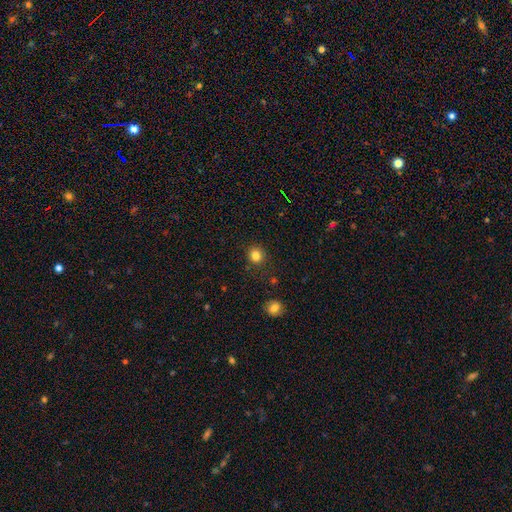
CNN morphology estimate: Smooth or featured? Predicted: smooth (p=0.82). How rounded? Predicted: round (p=0.88). Merging? Predicted: none (p=0.88).